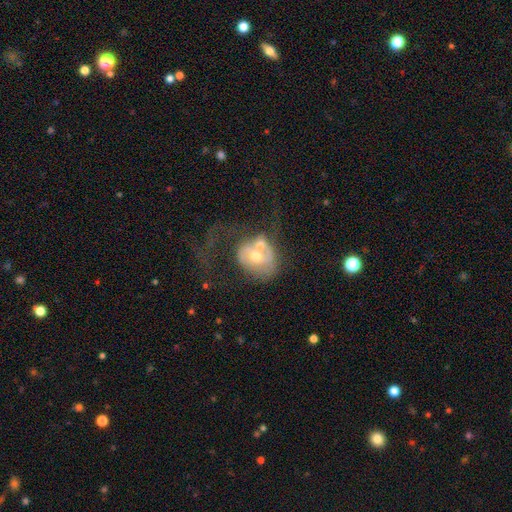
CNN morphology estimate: featured or disk 55%, smooth 37%, star or artifact 8%. Down the decision tree: edge-on disk — no (96%); bar — no (79%); spiral arms — no (66%); bulge size — moderate (62%); merging — merger (39%).